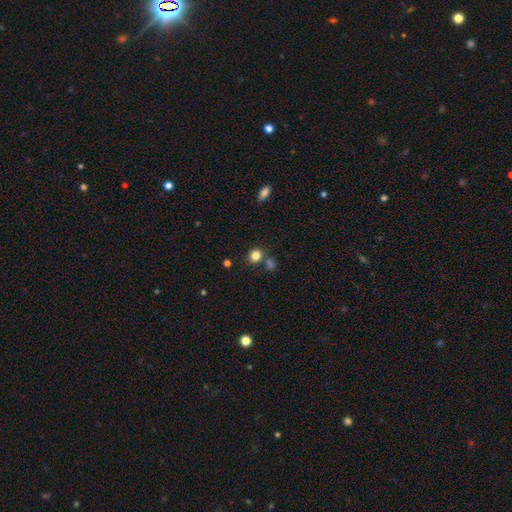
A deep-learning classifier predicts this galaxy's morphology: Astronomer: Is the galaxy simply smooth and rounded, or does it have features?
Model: smooth — 82%.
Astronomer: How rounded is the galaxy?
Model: round — 76%.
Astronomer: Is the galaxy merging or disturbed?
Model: none — 72%.